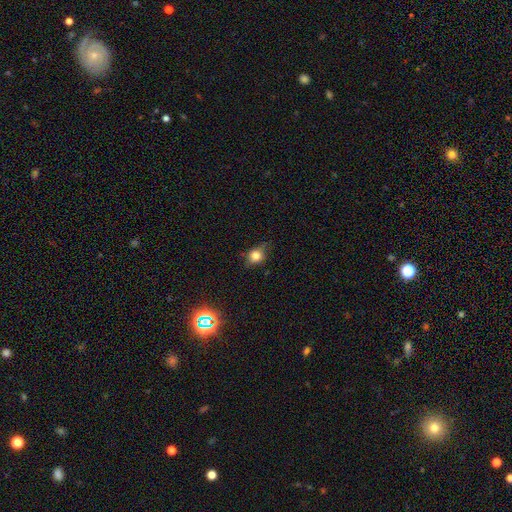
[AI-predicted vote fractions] This is likely a smooth galaxy (70%). How rounded: likely round (66%). Merging: possibly none (57%).